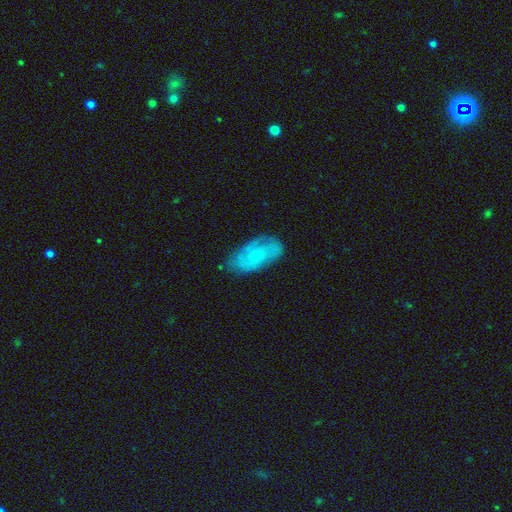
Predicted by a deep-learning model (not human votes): Morphology: type=featured or disk (48%); merging=none (66%).